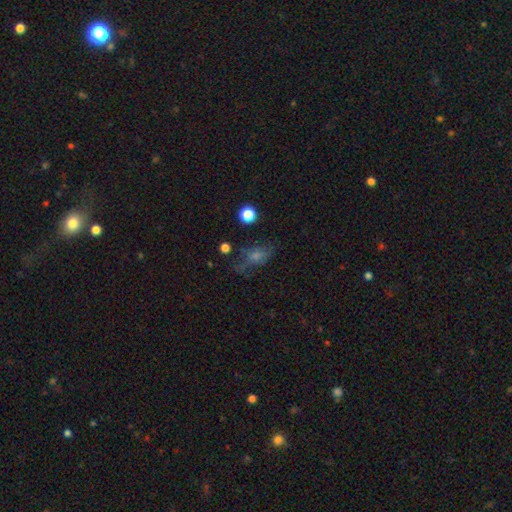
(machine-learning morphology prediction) Smooth or featured? Predicted: smooth (p=0.40). Merging? Predicted: none (p=0.54).